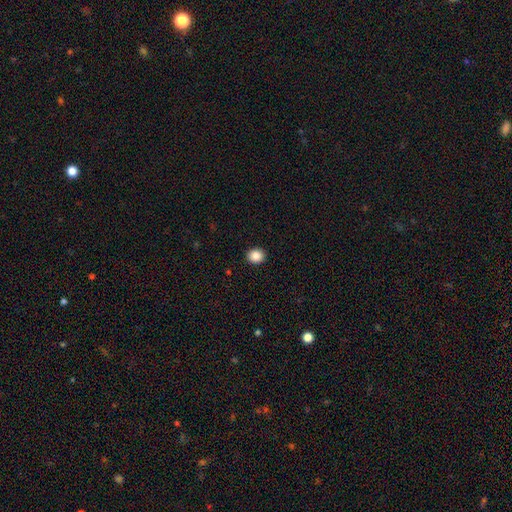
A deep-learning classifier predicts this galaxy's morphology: Smooth or featured: smooth — 88% (star or artifact — 9%)
How rounded: round — 71% (in between — 28%)
Merging: none — 92% (minor disturbance — 5%)